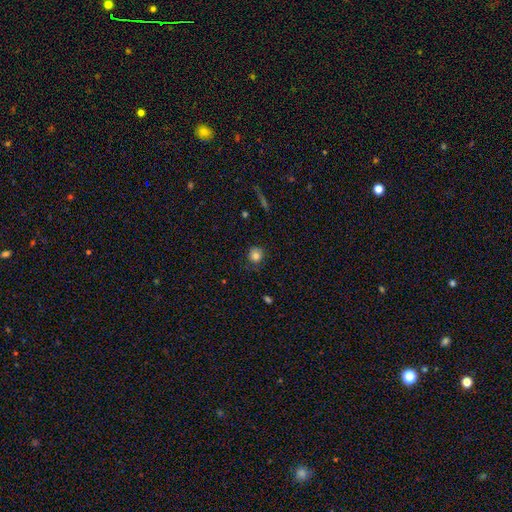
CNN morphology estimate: smooth_or_featured: smooth (p=0.81) [alt: star or artifact p=0.10]
how_rounded: round (p=0.86) [alt: in between p=0.13]
merging: none (p=0.77) [alt: minor disturbance p=0.17]